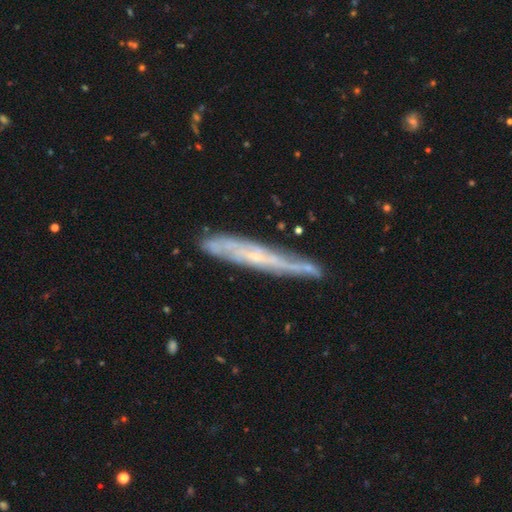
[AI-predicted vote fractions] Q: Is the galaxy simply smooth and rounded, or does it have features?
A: featured or disk — 71%.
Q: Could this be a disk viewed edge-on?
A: yes — 74%.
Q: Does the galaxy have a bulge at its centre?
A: none — 63%.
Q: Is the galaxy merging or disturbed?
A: none — 75%.